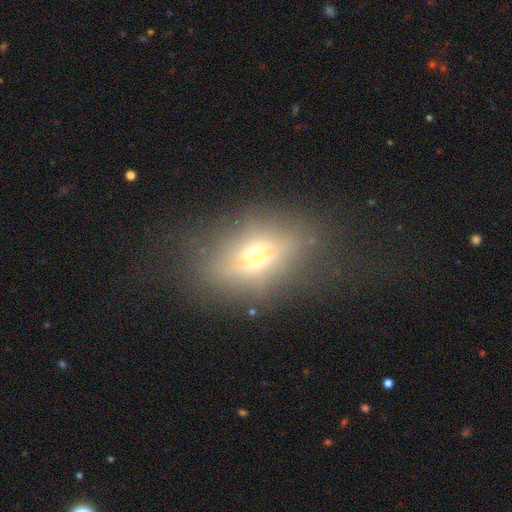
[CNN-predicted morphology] The model was most divided on "smooth or featured": featured or disk: 52%, smooth: 34%, star or artifact: 14%. More confident: merging — none (66%); edge-on disk — yes (60%).